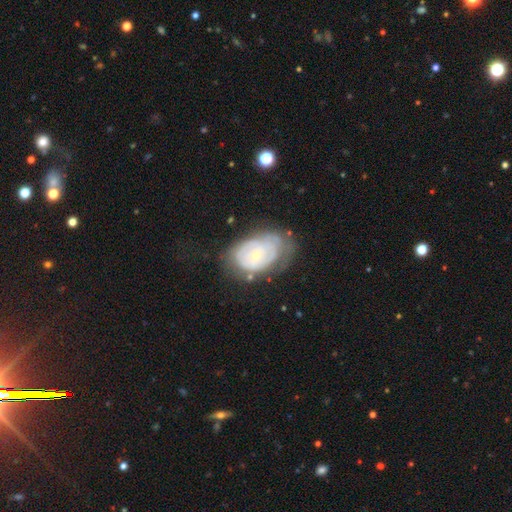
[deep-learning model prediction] A featured or disk galaxy (68%) with no bar (80%), spiral arms (69%) and a small central bulge (71%). Merging: none (46%).